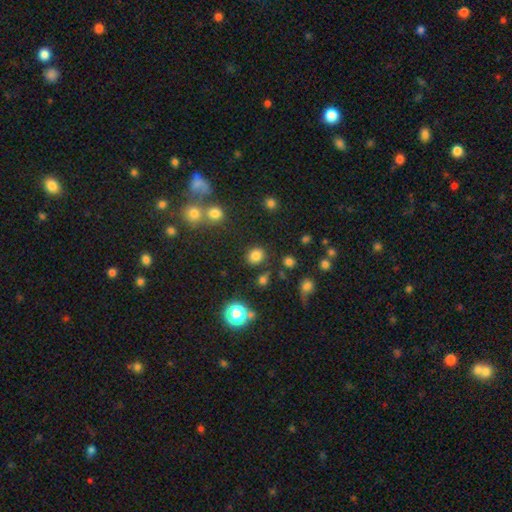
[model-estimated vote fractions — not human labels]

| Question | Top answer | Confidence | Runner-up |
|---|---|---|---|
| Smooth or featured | smooth | 80% | star or artifact (15%) |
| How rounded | round | 67% | in between (32%) |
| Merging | none | 83% | minor disturbance (9%) |